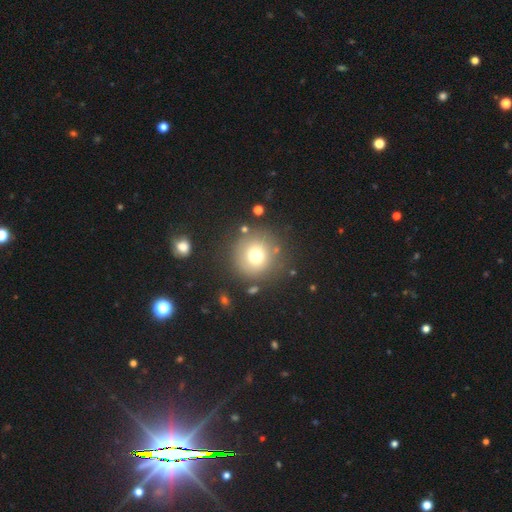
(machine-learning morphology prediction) smooth_or_featured: smooth (p=0.71) [alt: featured or disk p=0.14]
how_rounded: round (p=0.94) [alt: in between p=0.05]
merging: none (p=0.81) [alt: minor disturbance p=0.09]